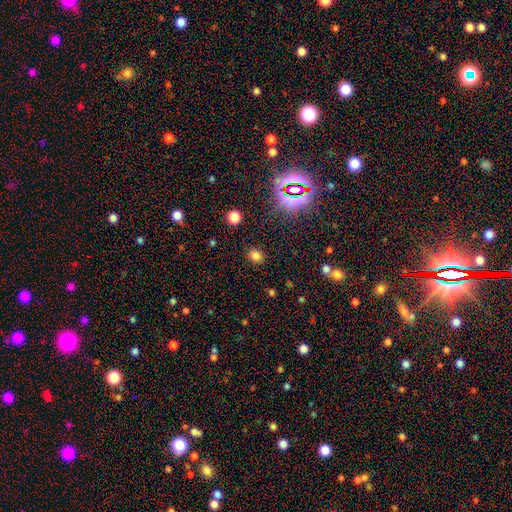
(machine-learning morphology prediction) Smooth or featured: smooth — 76% (star or artifact — 19%)
How rounded: round — 63% (in between — 36%)
Merging: none — 87% (minor disturbance — 8%)